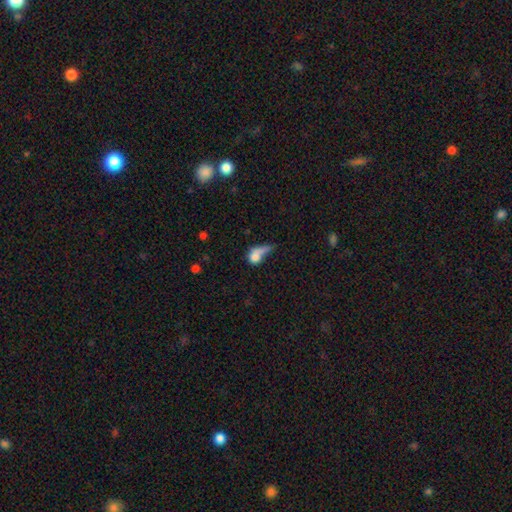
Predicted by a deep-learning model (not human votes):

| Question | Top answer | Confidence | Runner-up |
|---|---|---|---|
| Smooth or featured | smooth | 68% | featured or disk (21%) |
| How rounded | in between | 52% | round (39%) |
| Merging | major disturbance | 39% | merger (22%) |